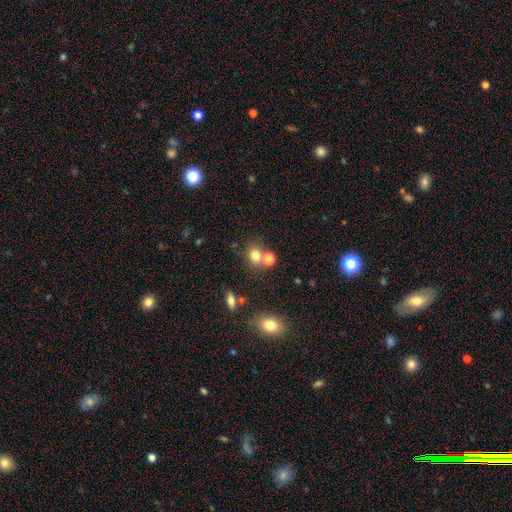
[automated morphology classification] Smooth or featured? smooth (75%)
How rounded? round (65%)
Merging? none (54%)